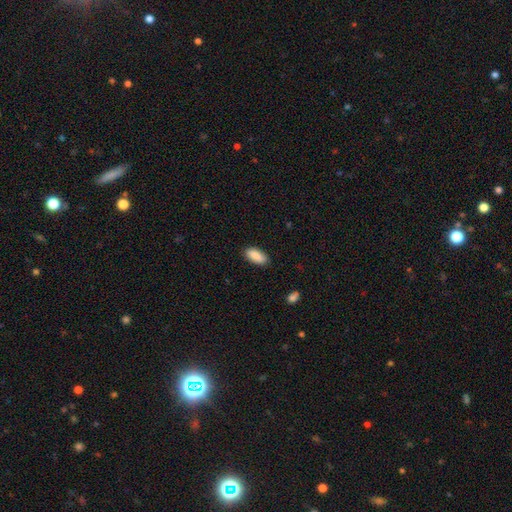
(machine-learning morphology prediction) Q: Smooth or featured?
A: smooth (89%); runner-up: star or artifact (6%)
Q: How rounded?
A: in between (87%); runner-up: cigar-shaped (11%)
Q: Merging?
A: none (87%); runner-up: minor disturbance (10%)